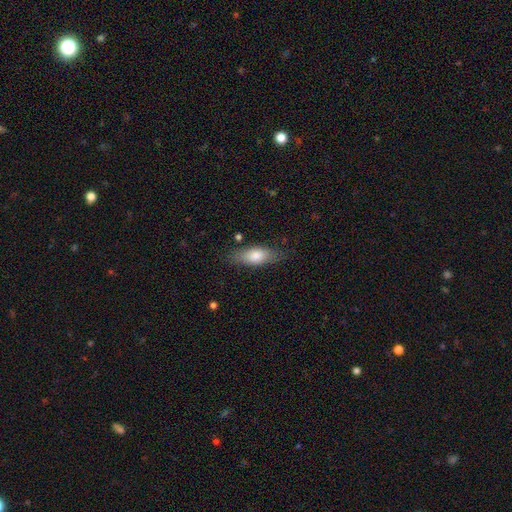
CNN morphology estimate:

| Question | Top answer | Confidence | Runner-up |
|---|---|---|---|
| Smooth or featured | smooth | 77% | featured or disk (17%) |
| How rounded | in between | 75% | cigar-shaped (23%) |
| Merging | none | 76% | minor disturbance (18%) |